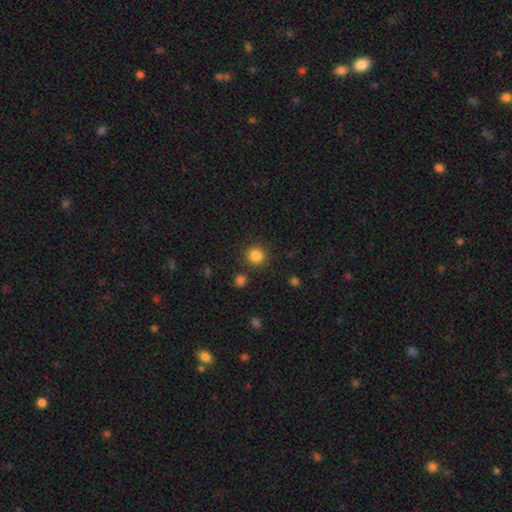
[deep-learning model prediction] A smooth galaxy with no disk features (85%) that is round (94%). Merging: none (87%).